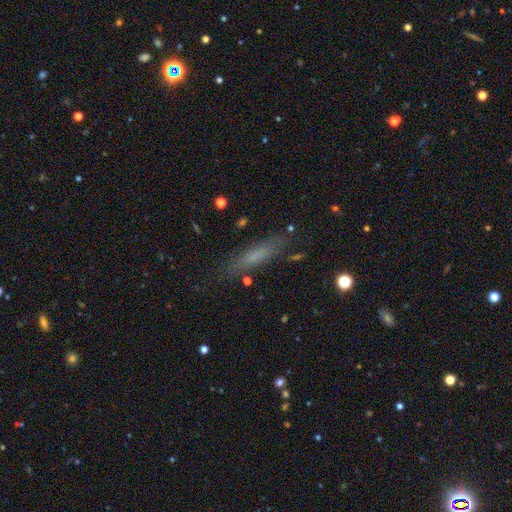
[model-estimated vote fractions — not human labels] This appears to be a smooth galaxy with no disk features (60%) that is cigar-shaped (78%). Merging: none (79%).